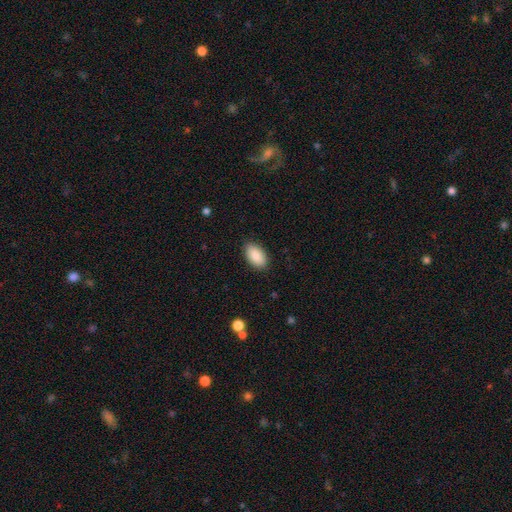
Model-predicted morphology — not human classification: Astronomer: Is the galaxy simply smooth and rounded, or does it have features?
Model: smooth — 89%.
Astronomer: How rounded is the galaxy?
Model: in between — 95%.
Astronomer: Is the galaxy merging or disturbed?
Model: none — 87%.